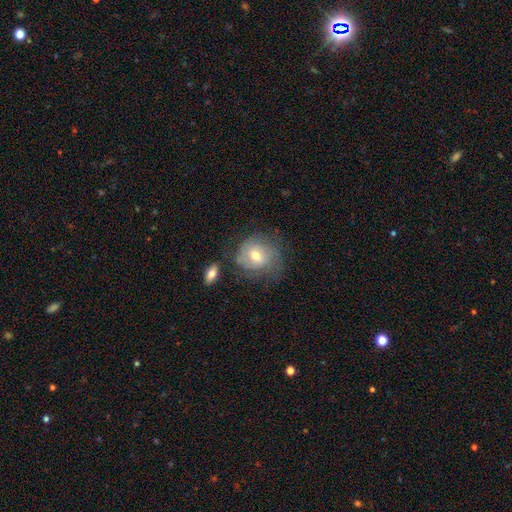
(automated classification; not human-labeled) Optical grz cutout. It shows a smooth galaxy with no disk features (51%) that is round (75%). Merging: none (58%).